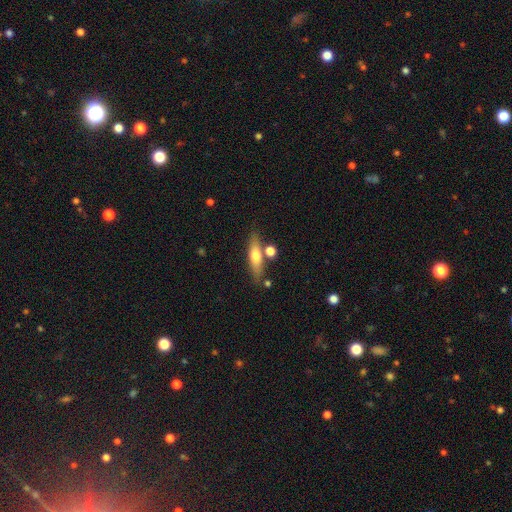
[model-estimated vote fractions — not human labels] Smooth or featured? smooth (57%)
How rounded? cigar-shaped (66%)
Merging? none (72%)